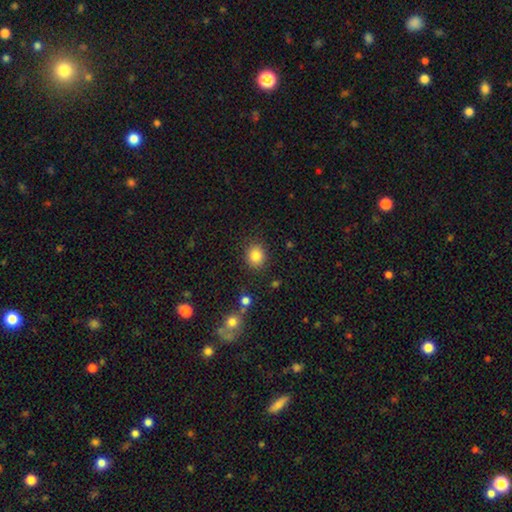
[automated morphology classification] Overall: smooth (85%). How rounded: round (77%). Merging: none (87%).